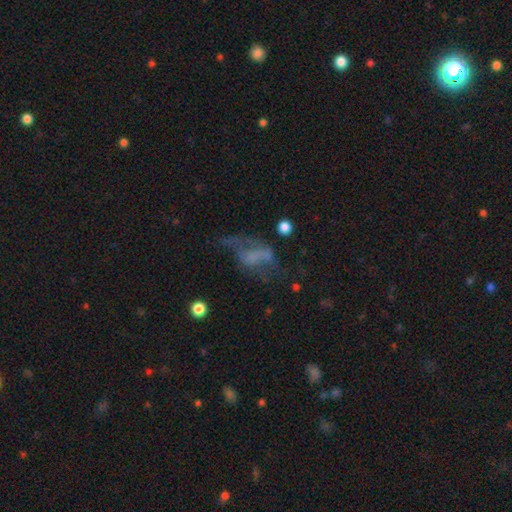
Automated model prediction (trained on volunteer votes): Q: Smooth or featured?
A: featured or disk (49%); runner-up: smooth (31%)
Q: Merging?
A: major disturbance (46%); runner-up: none (29%)